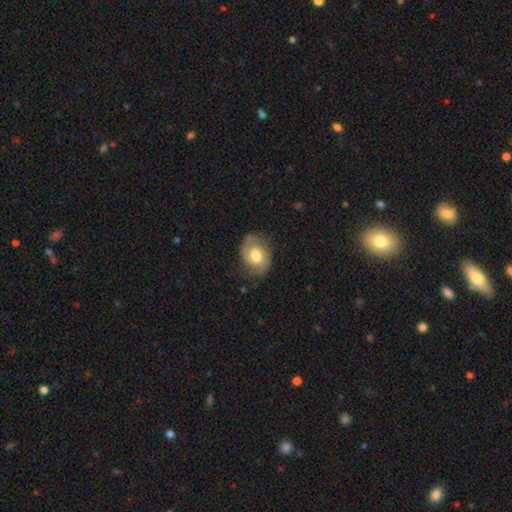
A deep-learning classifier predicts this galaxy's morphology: Smooth or featured? Predicted: featured or disk (p=0.50). Edge-on disk? Predicted: no (p=0.96). Merging? Predicted: none (p=0.72).